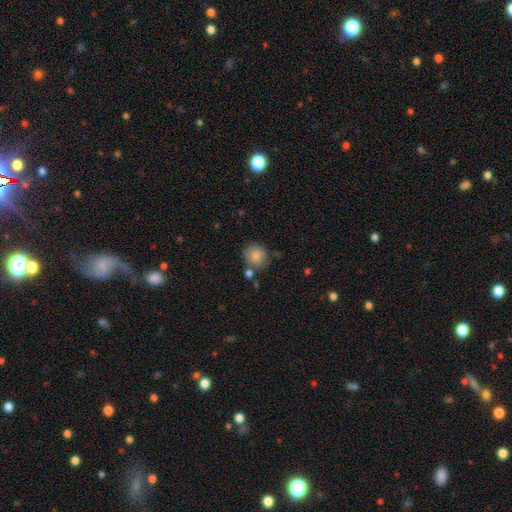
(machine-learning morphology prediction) smooth-or-featured: smooth: 84% | star or artifact: 8% | featured or disk: 8%
  how-rounded: round: 83% | in between: 16% | cigar-shaped: 1%
  merging: none: 74% | minor disturbance: 13% | merger: 10% | major disturbance: 3%